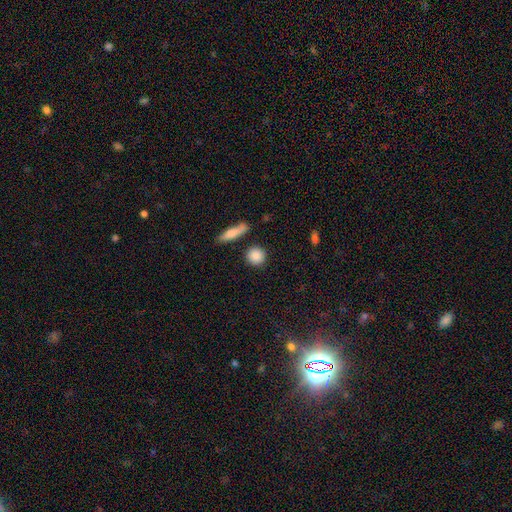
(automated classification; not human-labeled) smooth 87%, star or artifact 8%, featured or disk 5%. Down the decision tree: how rounded — round (86%); merging — none (85%).